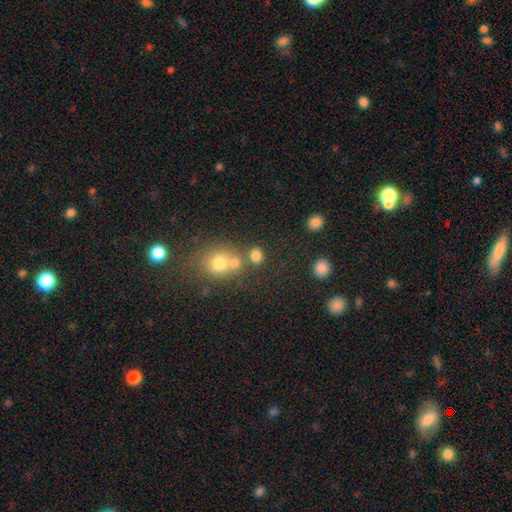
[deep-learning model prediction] Smooth or featured?
  - smooth: 77% *
  - star or artifact: 15%
  - featured or disk: 8%
How rounded?
  - round: 67% *
  - in between: 31%
  - cigar-shaped: 1%
Merging?
  - none: 61% *
  - merger: 25%
  - minor disturbance: 9%
  - major disturbance: 5%